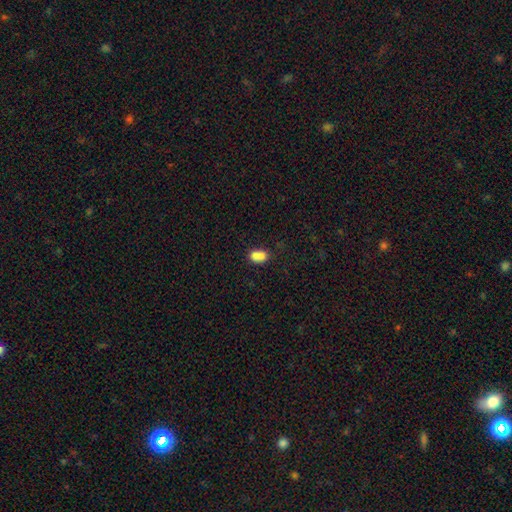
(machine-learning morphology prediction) smooth_or_featured: smooth (p=0.74) [alt: featured or disk p=0.16]
how_rounded: in between (p=0.58) [alt: round p=0.41]
merging: merger (p=0.60) [alt: none p=0.27]